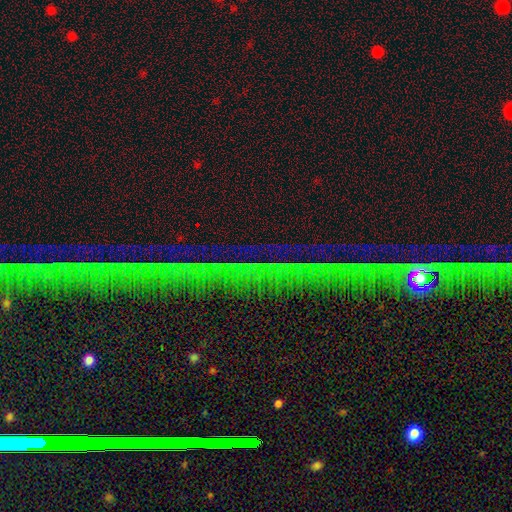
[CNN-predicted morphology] smooth_or_featured: star or artifact (p=0.84) [alt: featured or disk p=0.09]